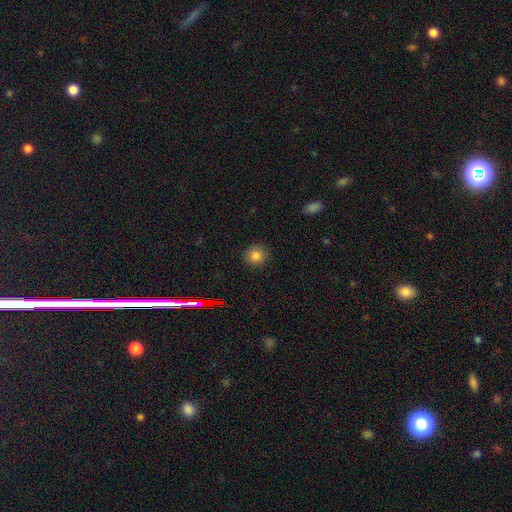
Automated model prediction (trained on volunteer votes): Smooth or featured? smooth (81%)
How rounded? round (90%)
Merging? none (89%)